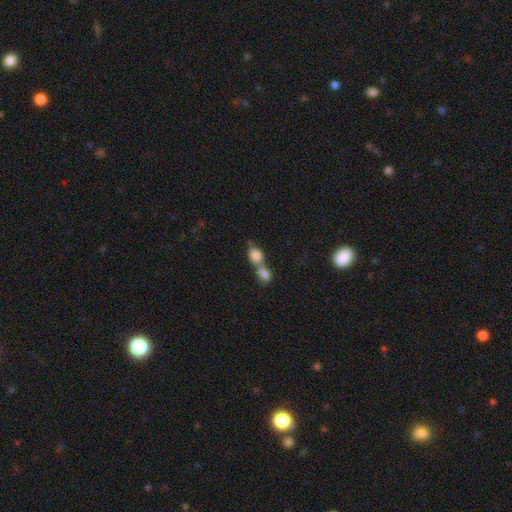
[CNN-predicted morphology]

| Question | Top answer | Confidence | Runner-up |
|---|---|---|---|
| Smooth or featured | smooth | 80% | featured or disk (11%) |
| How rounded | in between | 55% | round (41%) |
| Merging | merger | 76% | none (16%) |